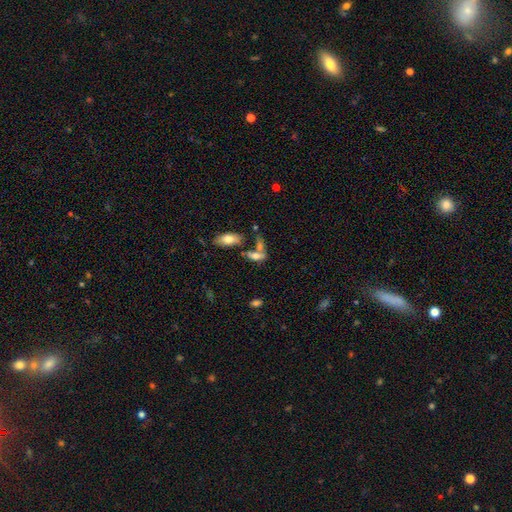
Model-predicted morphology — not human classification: smooth_or_featured: smooth (p=0.63) [alt: featured or disk p=0.26]
how_rounded: in between (p=0.75) [alt: cigar-shaped p=0.19]
merging: merger (p=0.41) [alt: none p=0.36]